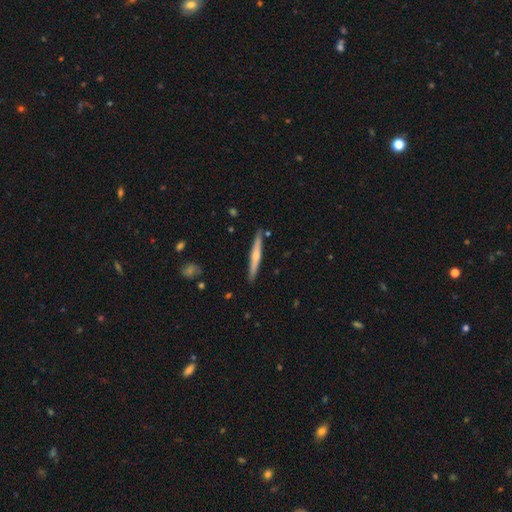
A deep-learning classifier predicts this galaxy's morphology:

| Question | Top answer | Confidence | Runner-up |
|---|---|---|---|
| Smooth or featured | featured or disk | 50% | smooth (45%) |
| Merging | none | 88% | minor disturbance (8%) |